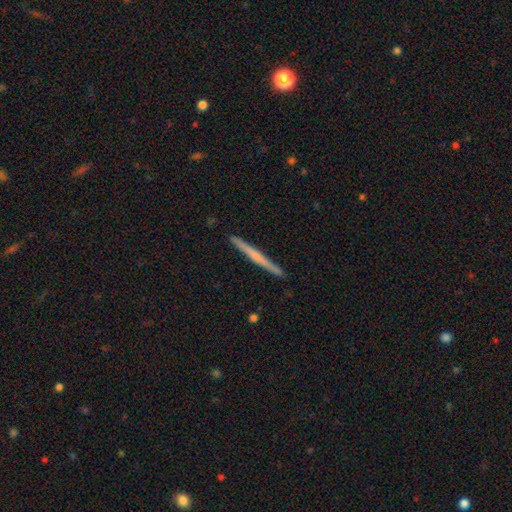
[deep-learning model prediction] This appears to be a featured or disk galaxy (58%) viewed edge-on (98%) with no central bulge (57%). Merging: none (92%).